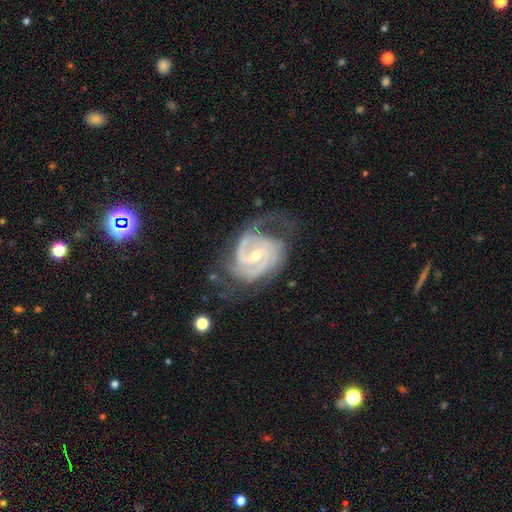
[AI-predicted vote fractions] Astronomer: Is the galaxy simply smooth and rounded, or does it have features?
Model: featured or disk — 91%.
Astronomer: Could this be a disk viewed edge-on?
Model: no — 98%.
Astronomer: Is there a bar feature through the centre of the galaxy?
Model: weak — 51% (runner-up: no, 28%).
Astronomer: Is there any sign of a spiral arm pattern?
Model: yes — 98%.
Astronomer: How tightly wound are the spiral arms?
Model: tight — 52% (runner-up: medium, 40%).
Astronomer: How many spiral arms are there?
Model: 2 — 54%.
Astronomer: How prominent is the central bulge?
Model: small — 55% (runner-up: moderate, 42%).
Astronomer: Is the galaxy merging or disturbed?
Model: none — 54%.